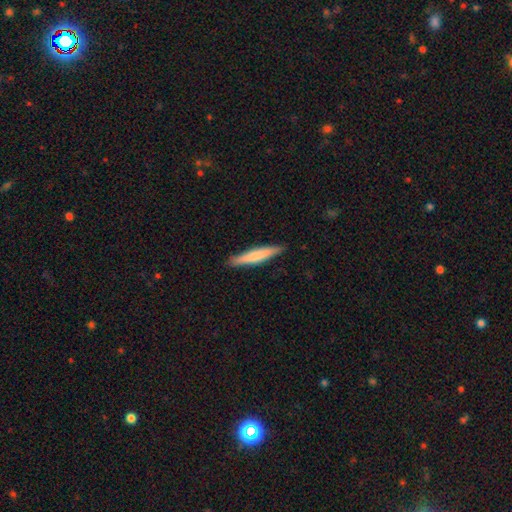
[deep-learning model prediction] The model was most divided on "smooth or featured": smooth: 71%, featured or disk: 25%, star or artifact: 5%. More confident: how rounded — cigar-shaped (92%); merging — none (90%).